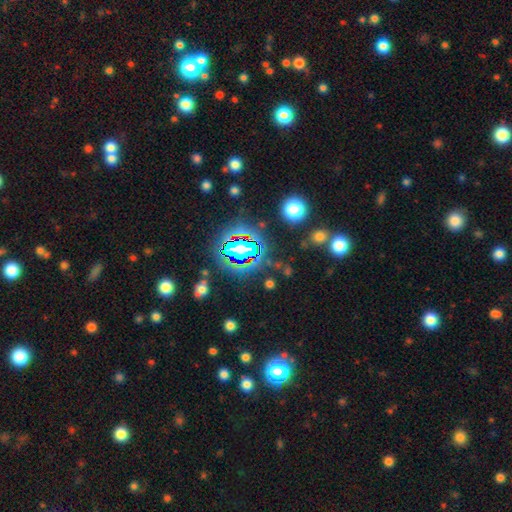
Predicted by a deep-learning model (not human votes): Overall: star or artifact (75%).